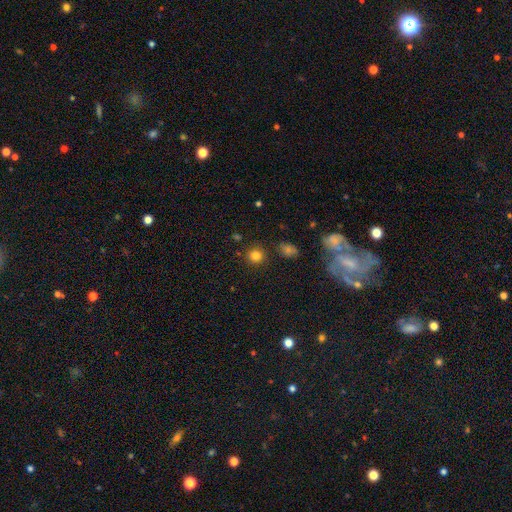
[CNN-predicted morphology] This is clearly a smooth galaxy (81%). How rounded: clearly round (92%). Merging: clearly none (87%).